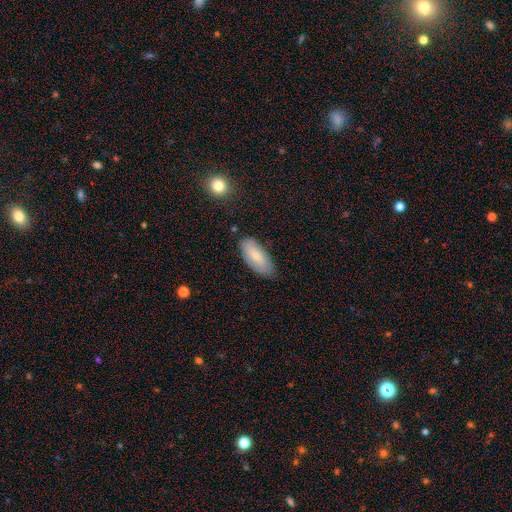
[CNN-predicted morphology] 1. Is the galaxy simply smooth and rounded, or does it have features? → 74% smooth, 20% featured or disk, 6% star or artifact.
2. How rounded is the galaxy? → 87% in between, 11% cigar-shaped, 2% round.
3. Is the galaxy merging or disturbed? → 79% none, 16% minor disturbance, 3% major disturbance, 2% merger.